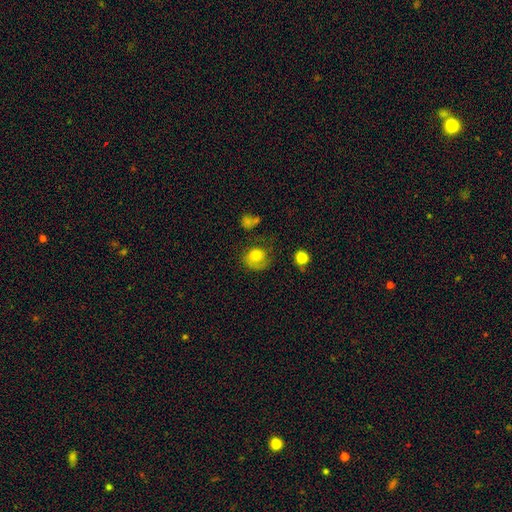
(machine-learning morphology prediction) type=smooth (67%); roundness=round (68%); merging=none (48%).